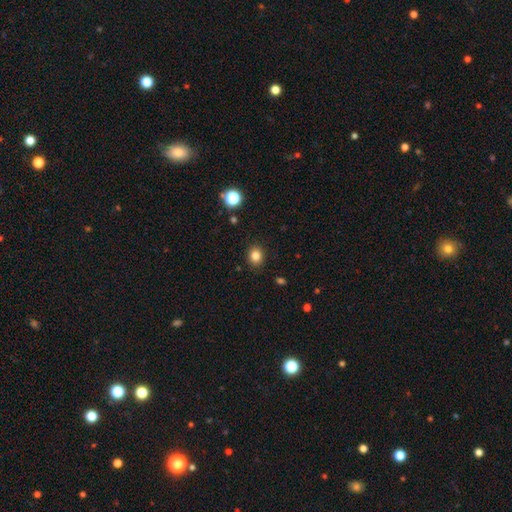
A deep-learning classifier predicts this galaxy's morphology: Smooth or featured: smooth — 83% (star or artifact — 12%)
How rounded: round — 65% (in between — 34%)
Merging: none — 90% (minor disturbance — 7%)